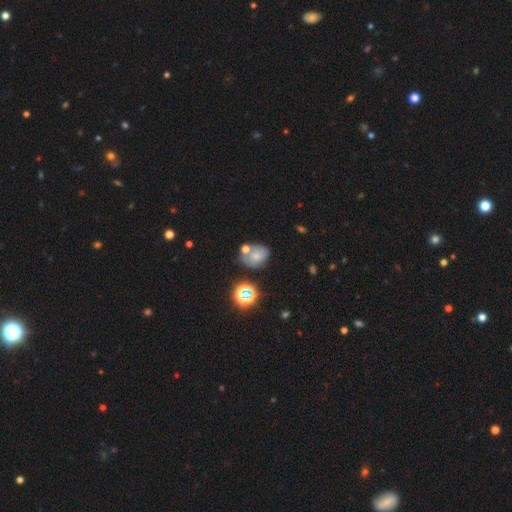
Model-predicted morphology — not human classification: Smooth or featured: smooth — 57% (featured or disk — 22%)
How rounded: in between — 55% (round — 44%)
Merging: none — 50% (merger — 23%)